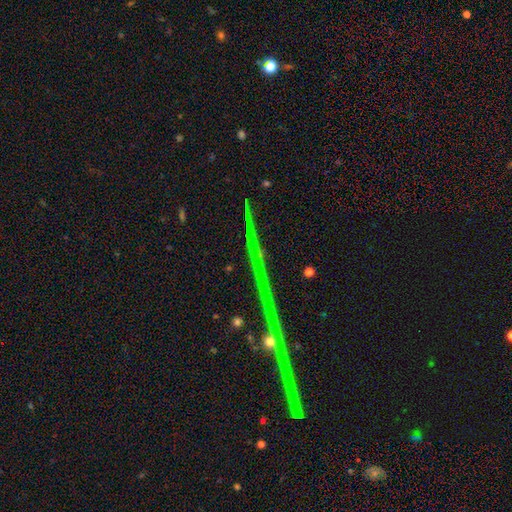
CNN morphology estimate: Q: Smooth or featured?
A: star or artifact (69%); runner-up: featured or disk (22%)